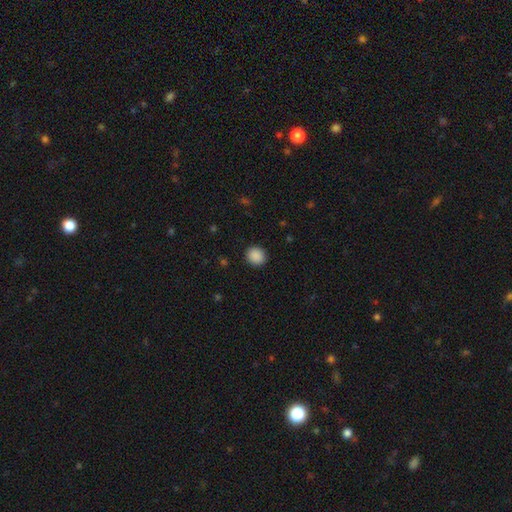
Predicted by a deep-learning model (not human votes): Smooth or featured? smooth (89%)
How rounded? round (86%)
Merging? none (91%)